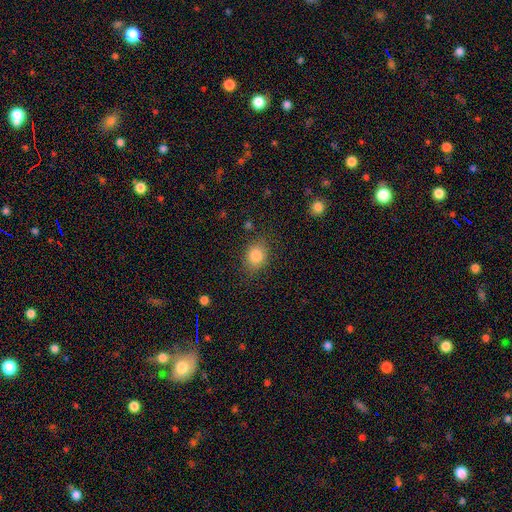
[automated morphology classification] A smooth galaxy with no disk features (84%) that is in between round and cigar-shaped (55%).

Vote fractions:
- Smooth or featured? smooth: 84% / star or artifact: 10% / featured or disk: 7%
- How rounded? in between: 55% / round: 44% / cigar-shaped: 1%
- Merging? none: 79% / minor disturbance: 15% / major disturbance: 5% / merger: 2%